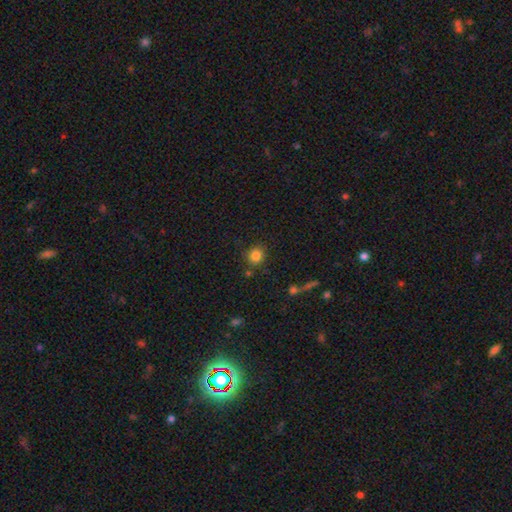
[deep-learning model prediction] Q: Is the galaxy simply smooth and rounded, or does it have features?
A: smooth — 83%.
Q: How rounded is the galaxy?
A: round — 85%.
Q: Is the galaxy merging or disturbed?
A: none — 81%.